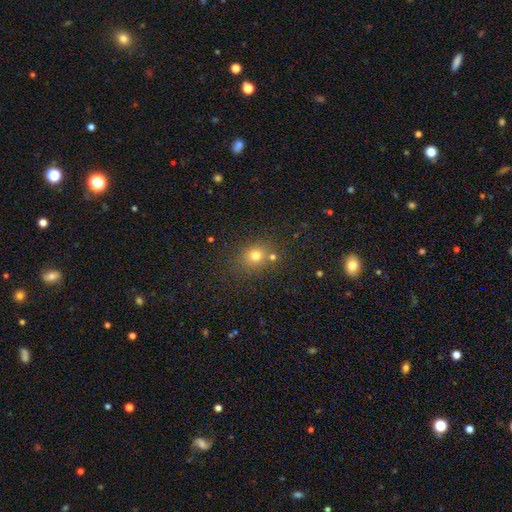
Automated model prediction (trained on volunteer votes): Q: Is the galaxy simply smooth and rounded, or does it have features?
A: smooth — 74%.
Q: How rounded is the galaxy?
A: round — 71%.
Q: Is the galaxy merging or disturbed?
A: none — 71%.